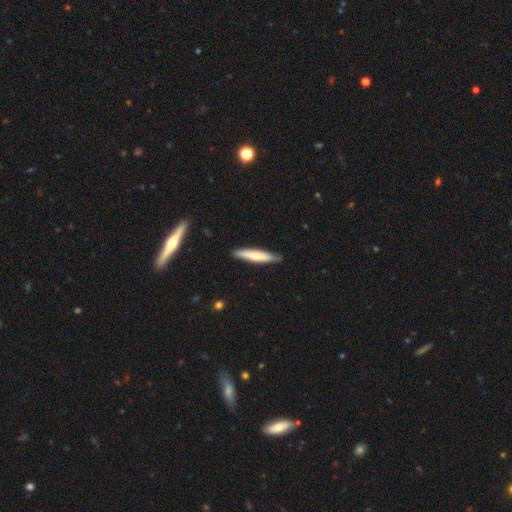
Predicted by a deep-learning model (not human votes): Smooth or featured? Predicted: smooth (p=0.71). How rounded? Predicted: cigar-shaped (p=0.89). Merging? Predicted: none (p=0.87).